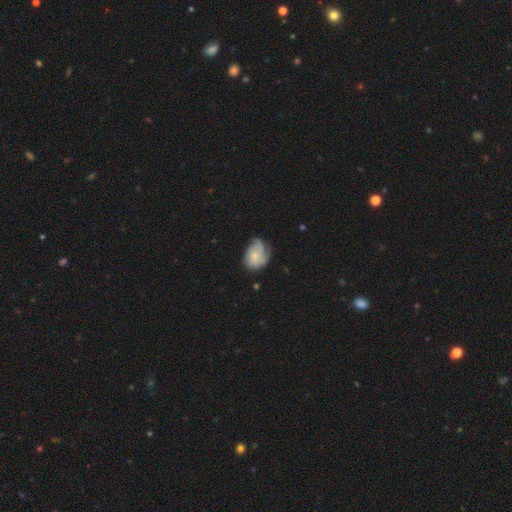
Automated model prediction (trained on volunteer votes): The model was most divided on "merging": none: 41%, minor disturbance: 40%, major disturbance: 17%, merger: 2%. Remaining: smooth or featured — smooth (48%).